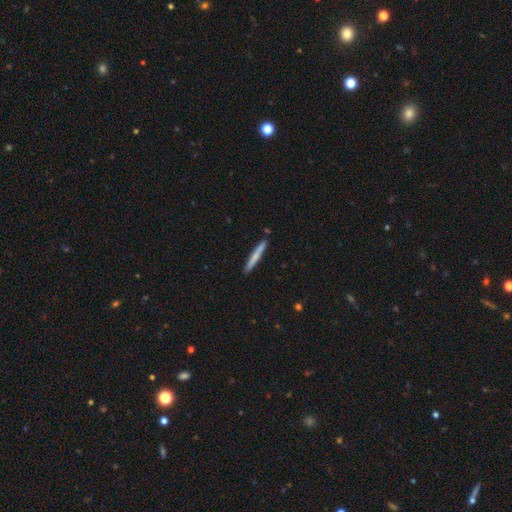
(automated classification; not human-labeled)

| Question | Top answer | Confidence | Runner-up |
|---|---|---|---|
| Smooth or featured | smooth | 70% | featured or disk (25%) |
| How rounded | cigar-shaped | 96% | in between (2%) |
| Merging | none | 88% | minor disturbance (8%) |